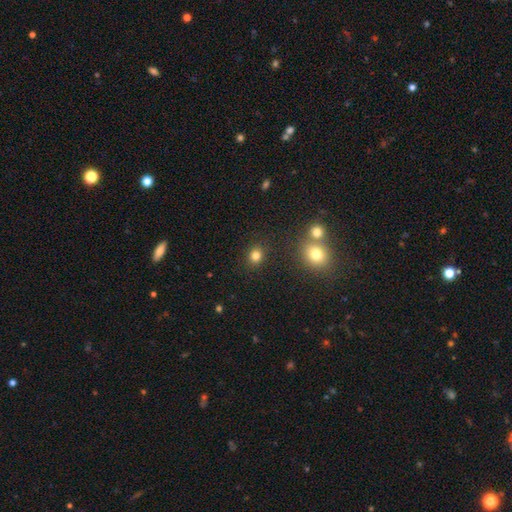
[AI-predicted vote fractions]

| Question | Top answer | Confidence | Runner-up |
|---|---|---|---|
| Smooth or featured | smooth | 81% | star or artifact (14%) |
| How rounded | round | 74% | in between (25%) |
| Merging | none | 85% | minor disturbance (7%) |